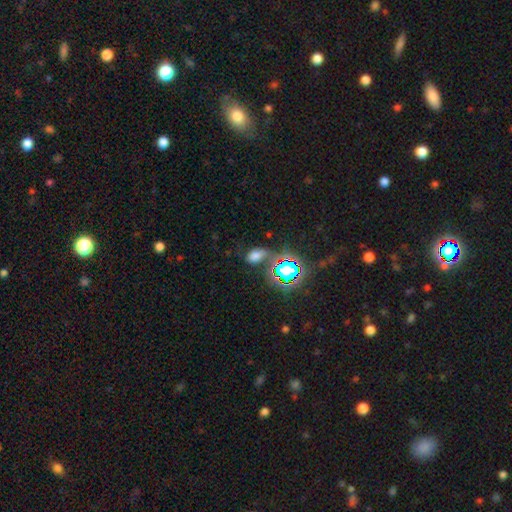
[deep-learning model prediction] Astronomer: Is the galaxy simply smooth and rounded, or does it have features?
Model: smooth — 56%.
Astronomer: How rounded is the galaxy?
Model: in between — 85%.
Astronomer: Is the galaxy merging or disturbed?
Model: none — 49%.